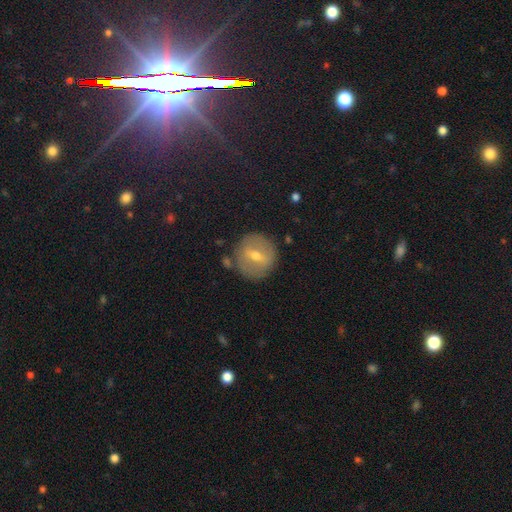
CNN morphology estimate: The model was most divided on "smooth or featured": featured or disk: 50%, smooth: 40%, star or artifact: 10%. More confident: edge-on disk — no (89%); merging — none (83%).